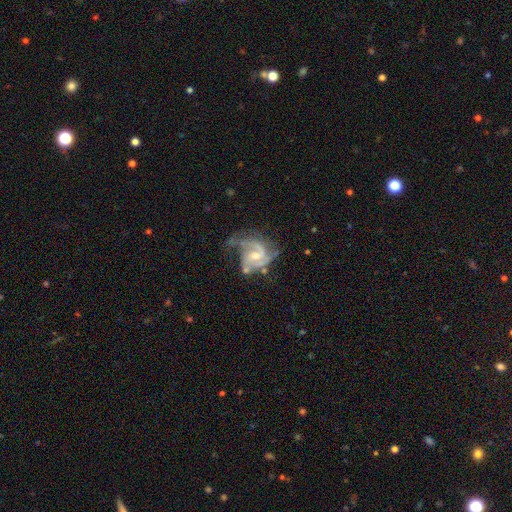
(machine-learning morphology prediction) featured or disk 85%, smooth 9%, star or artifact 6%. Down the decision tree: edge-on disk — no (98%); bar — no (52%); spiral arms — yes (93%); spiral arm count — 2 (54%); spiral winding — medium (47%); bulge size — moderate (55%); merging — none (36%).